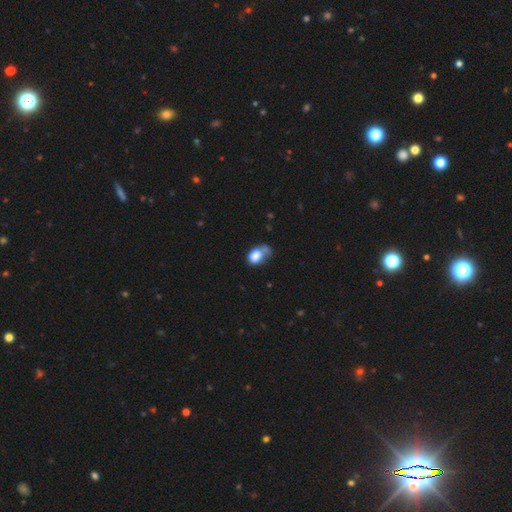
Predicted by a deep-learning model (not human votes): A smooth galaxy with no disk features (77%) that is in between round and cigar-shaped (72%). Merging: none (28%).